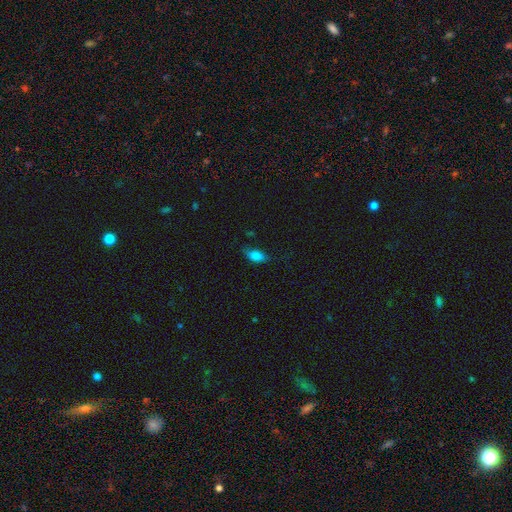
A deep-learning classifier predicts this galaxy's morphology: This is likely a smooth galaxy (77%). How rounded: clearly in between (81%). Merging: likely none (64%).